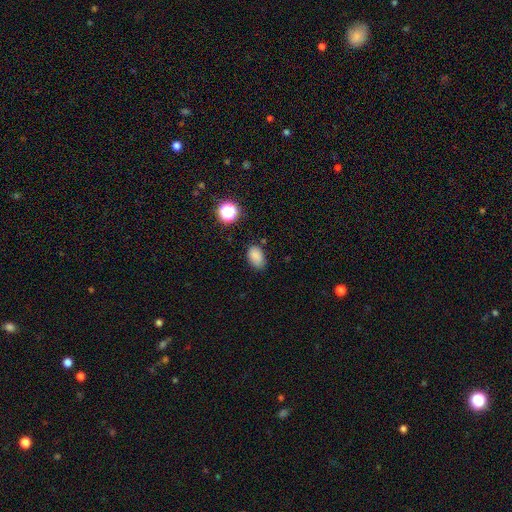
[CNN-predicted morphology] smooth_or_featured: smooth (p=0.83) [alt: star or artifact p=0.12]
how_rounded: in between (p=0.84) [alt: round p=0.15]
merging: none (p=0.75) [alt: minor disturbance p=0.19]